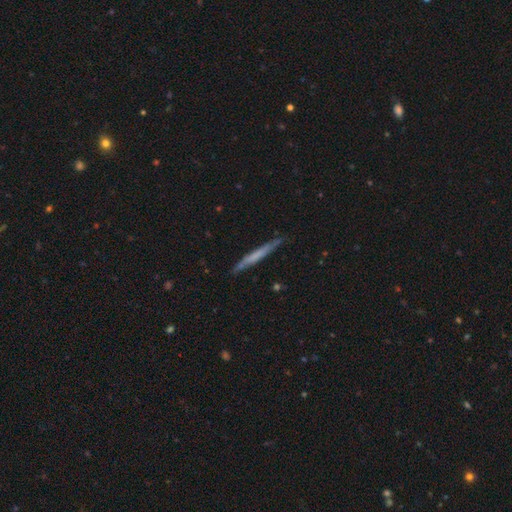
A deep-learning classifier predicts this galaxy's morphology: Overall: featured or disk (47%, tied with smooth). Merging: none (81%).